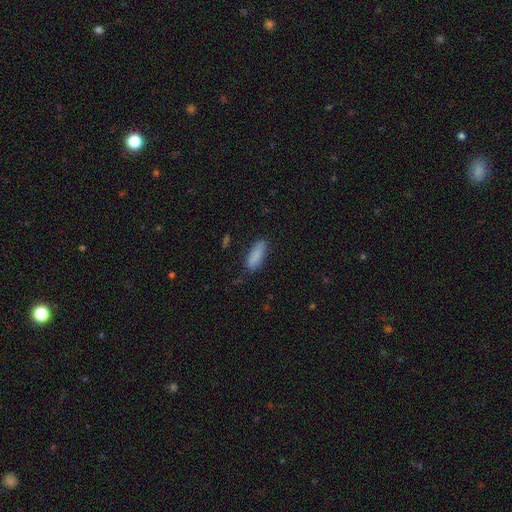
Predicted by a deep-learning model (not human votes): smooth_or_featured: smooth (p=0.87) [alt: star or artifact p=0.07]
how_rounded: in between (p=0.56) [alt: cigar-shaped p=0.42]
merging: none (p=0.76) [alt: minor disturbance p=0.18]